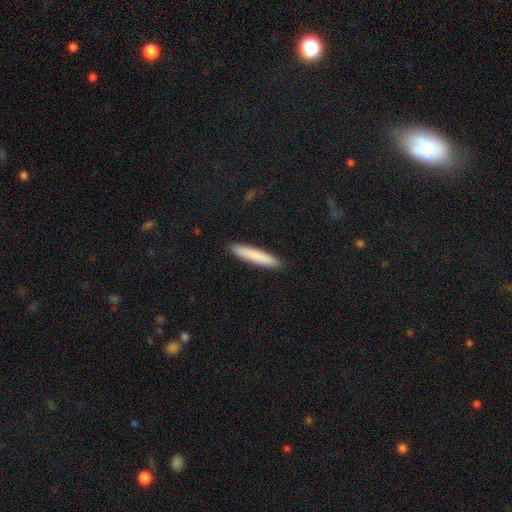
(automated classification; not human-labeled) Smooth or featured?
  - smooth: 82% *
  - featured or disk: 12%
  - star or artifact: 6%
How rounded?
  - cigar-shaped: 92% *
  - in between: 7%
  - round: 1%
Merging?
  - none: 91% *
  - minor disturbance: 6%
  - major disturbance: 1%
  - merger: 1%